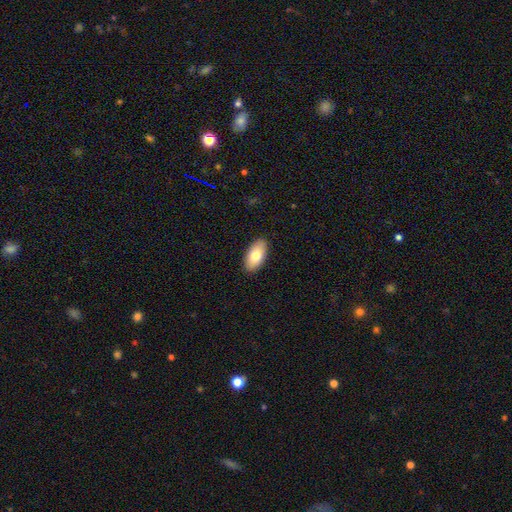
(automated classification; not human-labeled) Morphology: type=smooth (78%); roundness=in between (94%); merging=none (89%).